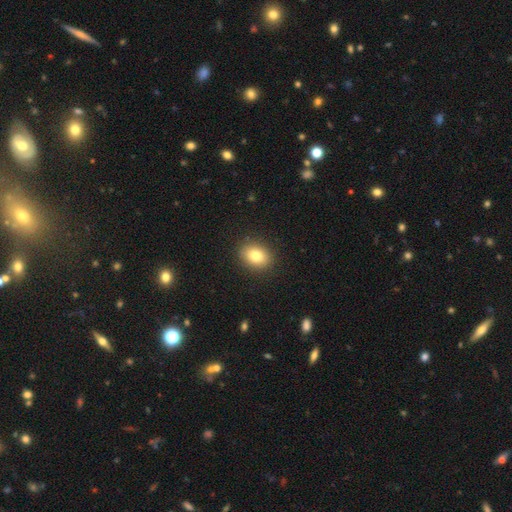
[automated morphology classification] Q: Smooth or featured?
A: smooth (82%); runner-up: star or artifact (9%)
Q: How rounded?
A: in between (63%); runner-up: round (36%)
Q: Merging?
A: none (89%); runner-up: minor disturbance (8%)